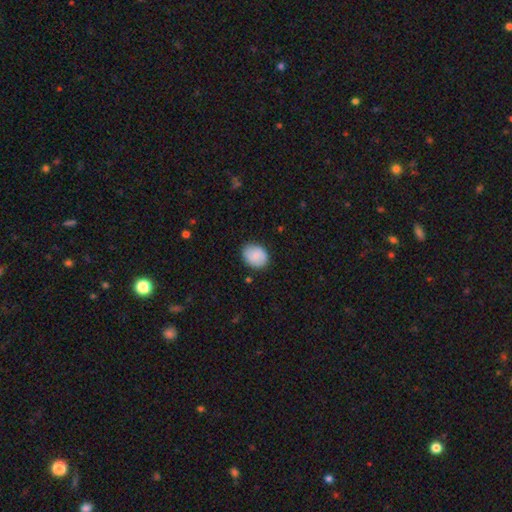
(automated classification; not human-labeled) A smooth galaxy with no disk features (73%) that is round (50%).

Vote fractions:
- Smooth or featured? smooth: 73% / featured or disk: 20% / star or artifact: 7%
- How rounded? round: 50% / in between: 49% / cigar-shaped: 1%
- Merging? none: 82% / minor disturbance: 14% / major disturbance: 3% / merger: 1%